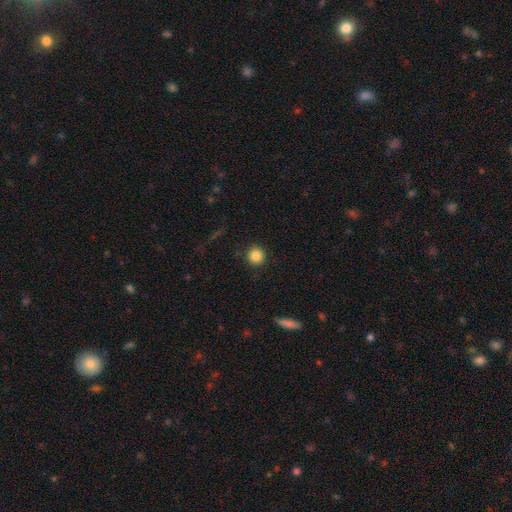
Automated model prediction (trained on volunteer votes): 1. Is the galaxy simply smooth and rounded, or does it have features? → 86% smooth, 10% star or artifact, 4% featured or disk.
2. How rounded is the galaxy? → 94% round, 5% in between, 1% cigar-shaped.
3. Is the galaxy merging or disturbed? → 89% none, 7% minor disturbance, 3% major disturbance, 1% merger.